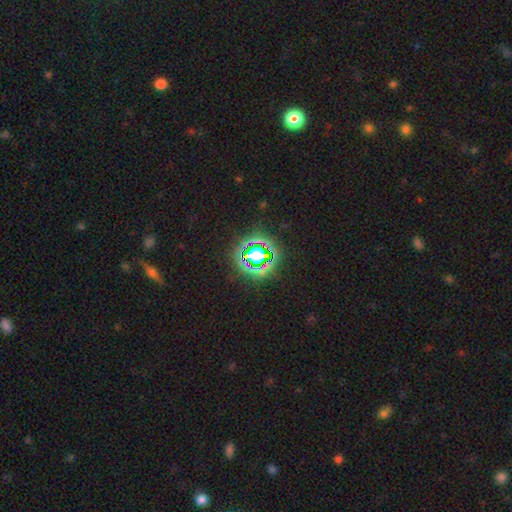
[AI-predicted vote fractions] This appears to be a star or artifact, not a galaxy (67%).